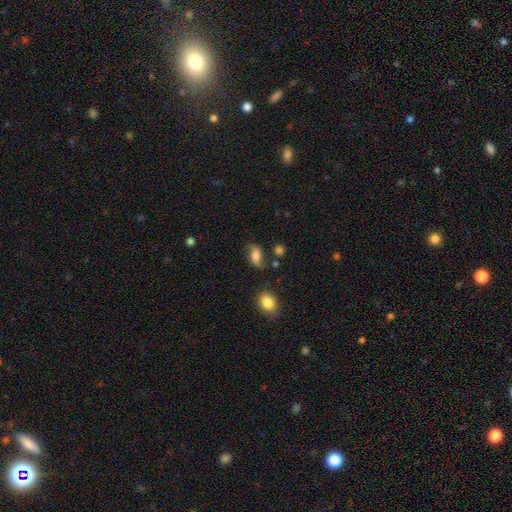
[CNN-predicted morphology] Smooth or featured?
  - smooth: 47% *
  - featured or disk: 42%
  - star or artifact: 11%
Merging?
  - none: 65% *
  - minor disturbance: 22%
  - major disturbance: 8%
  - merger: 5%